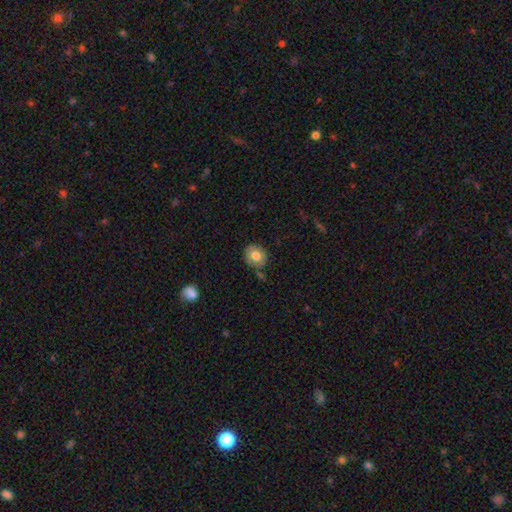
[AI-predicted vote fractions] smooth-or-featured: smooth: 75% | featured or disk: 16% | star or artifact: 8%
  how-rounded: round: 72% | in between: 27% | cigar-shaped: 1%
  merging: none: 75% | minor disturbance: 16% | merger: 5% | major disturbance: 3%